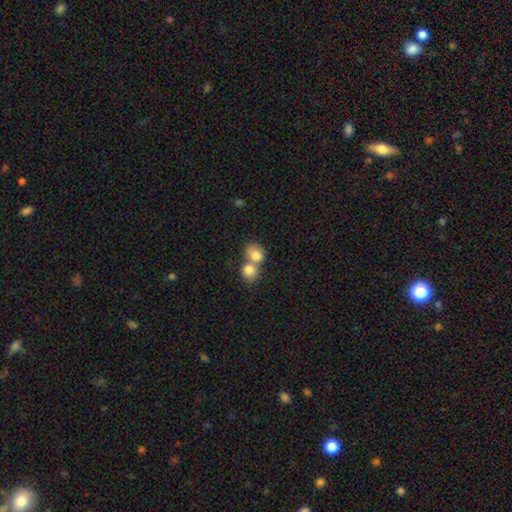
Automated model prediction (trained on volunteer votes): This appears to be a smooth galaxy with no disk features (79%) that is round (63%). Merging: merger (65%).